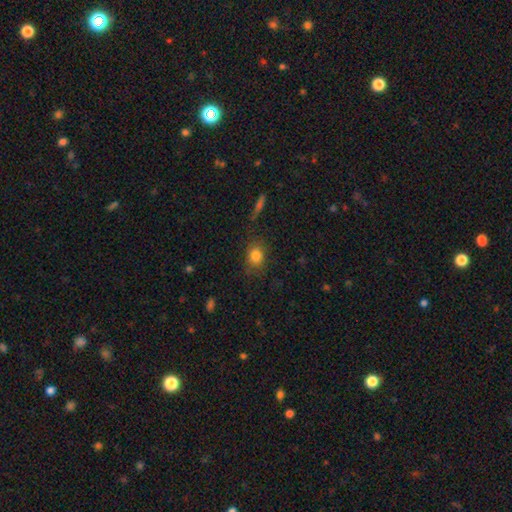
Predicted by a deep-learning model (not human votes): Morphology: type=smooth (82%); roundness=round (54%); merging=none (78%).